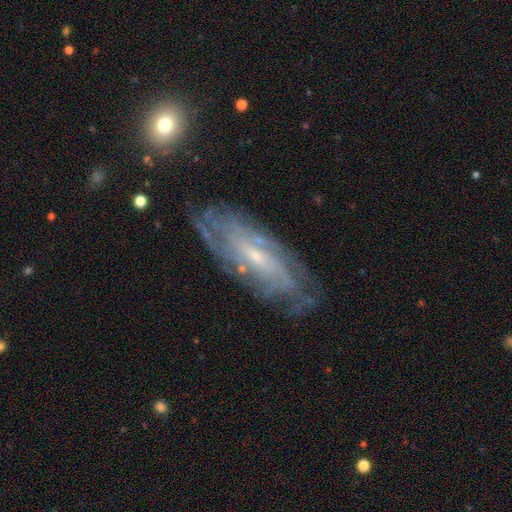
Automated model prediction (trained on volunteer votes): Overall: featured or disk (83%). Edge-on disk: no (87%). Bar: no (46%; weak 41%). Spiral arms: yes (94%). Spiral arm count: can't tell (49%; 4 14%). Spiral winding: tight (68%). Bulge size: small (72%). Merging: none (76%).